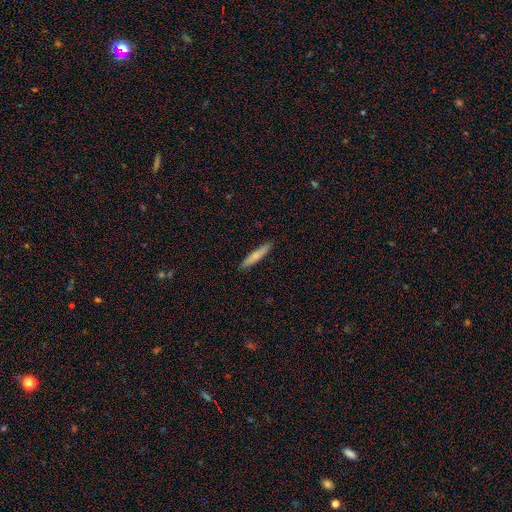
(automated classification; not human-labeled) The model was most divided on "smooth or featured": smooth: 69%, featured or disk: 25%, star or artifact: 6%. More confident: how rounded — cigar-shaped (91%); merging — none (90%).